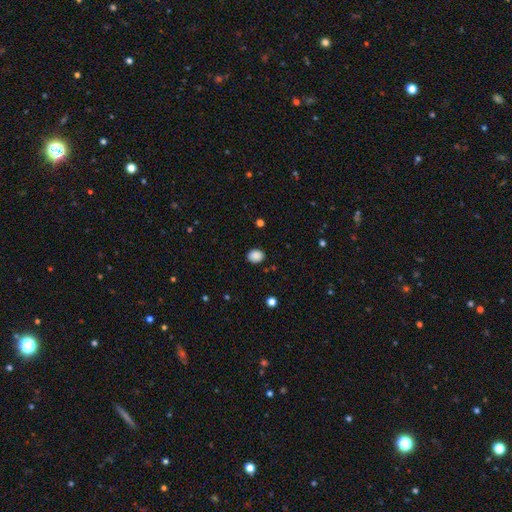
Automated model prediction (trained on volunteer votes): This appears to be a smooth galaxy with no disk features (88%) that is in between round and cigar-shaped (50%). Merging: none (88%).